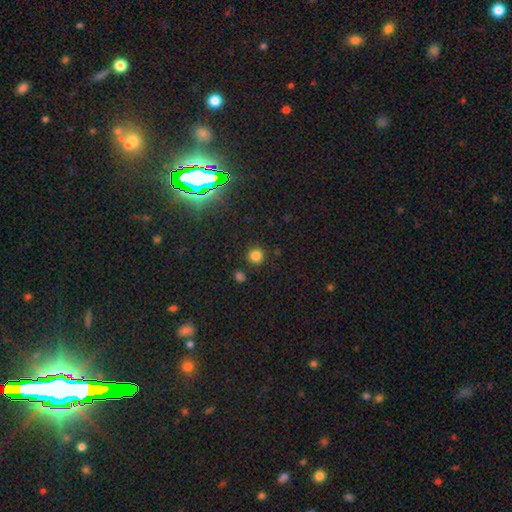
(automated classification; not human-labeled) Overall: smooth (82%). How rounded: round (94%). Merging: none (88%).